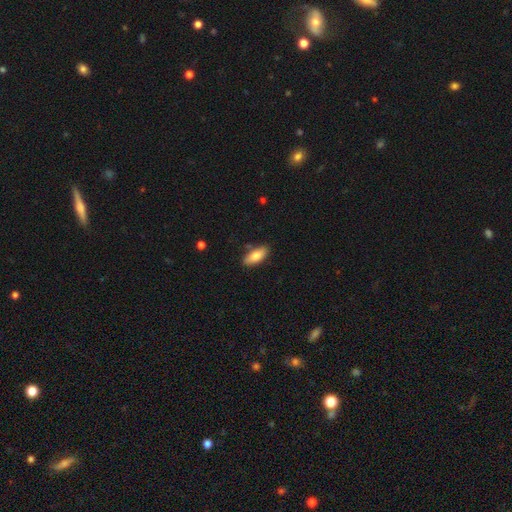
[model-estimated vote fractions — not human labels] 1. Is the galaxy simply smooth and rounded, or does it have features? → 82% smooth, 11% featured or disk, 6% star or artifact.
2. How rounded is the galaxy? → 84% in between, 14% cigar-shaped, 2% round.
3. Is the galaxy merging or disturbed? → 83% none, 12% minor disturbance, 3% merger, 2% major disturbance.